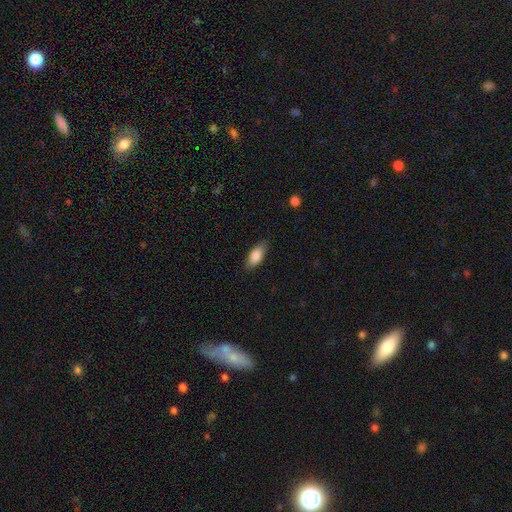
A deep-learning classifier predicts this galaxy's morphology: A smooth galaxy with no disk features (84%) that is in between round and cigar-shaped (85%). Merging: none (81%).